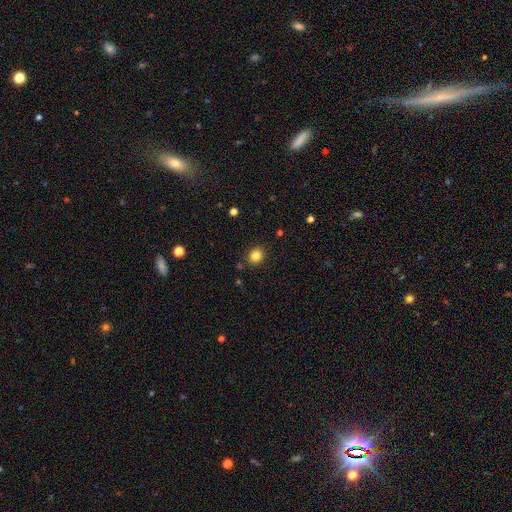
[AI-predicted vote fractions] smooth_or_featured: smooth (p=0.83) [alt: star or artifact p=0.12]
how_rounded: round (p=0.75) [alt: in between p=0.25]
merging: none (p=0.87) [alt: minor disturbance p=0.08]